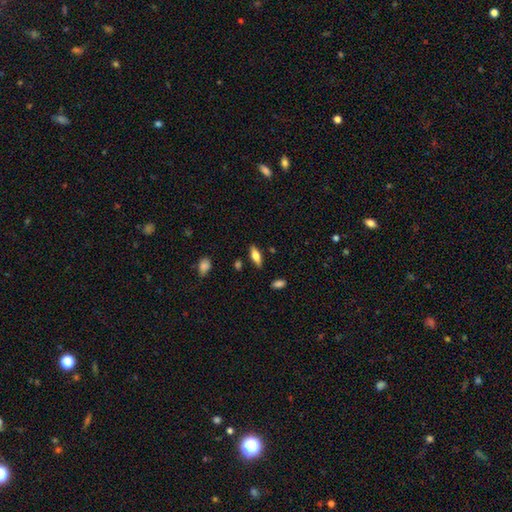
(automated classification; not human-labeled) smooth-or-featured: smooth: 61% | featured or disk: 32% | star or artifact: 7%
  how-rounded: in between: 67% | cigar-shaped: 31% | round: 3%
  merging: none: 85% | minor disturbance: 10% | major disturbance: 2% | merger: 2%